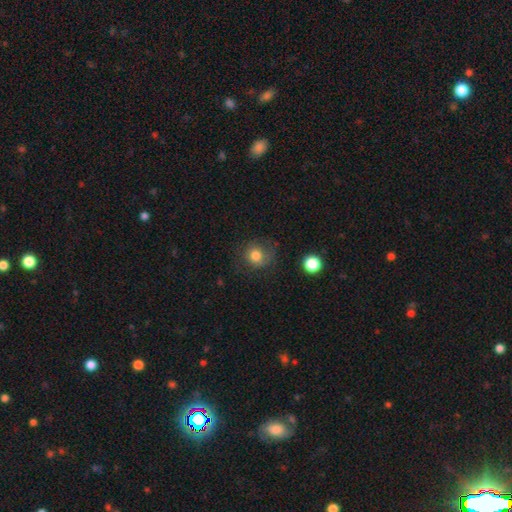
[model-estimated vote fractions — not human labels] Overall: smooth (78%). How rounded: round (86%). Merging: none (64%).